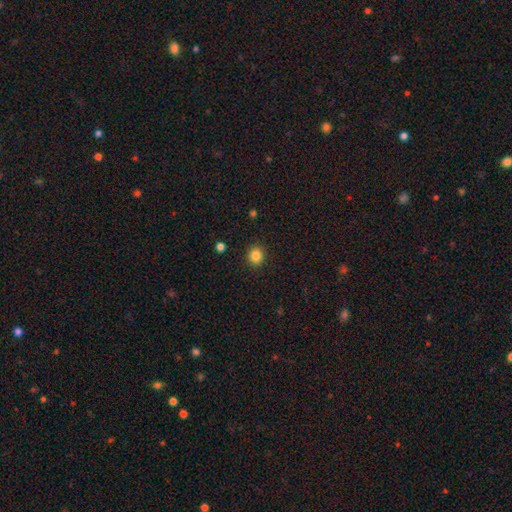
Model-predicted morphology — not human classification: This is clearly a smooth galaxy (84%). How rounded: clearly round (81%). Merging: clearly none (91%).